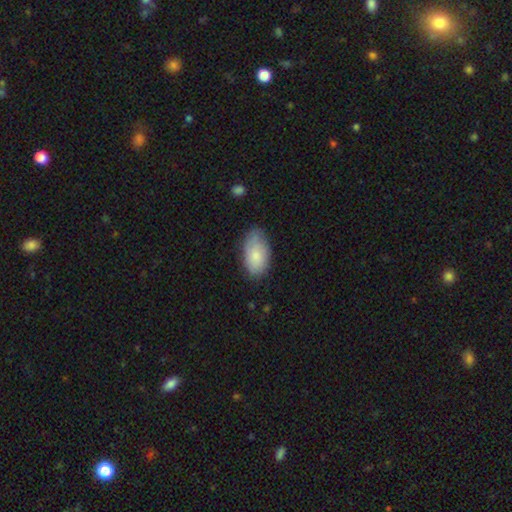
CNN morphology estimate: type=smooth (79%); roundness=in between (94%); merging=none (67%).